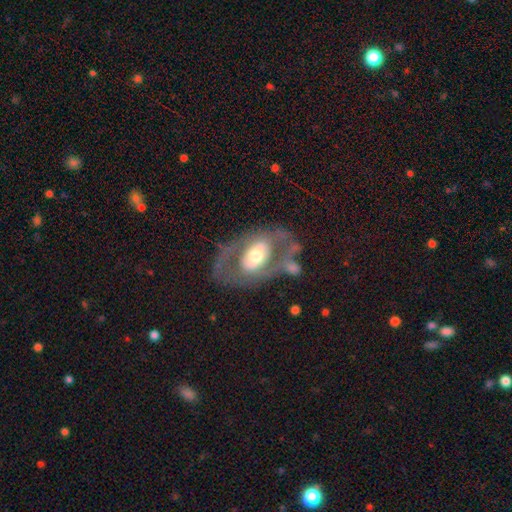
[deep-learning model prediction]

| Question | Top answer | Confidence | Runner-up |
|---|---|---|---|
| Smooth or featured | featured or disk | 70% | smooth (24%) |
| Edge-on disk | no | 93% | yes (7%) |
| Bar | no | 56% | weak (27%) |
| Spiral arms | no | 55% | yes (45%) |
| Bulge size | moderate | 62% | large (23%) |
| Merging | none | 54% | major disturbance (20%) |